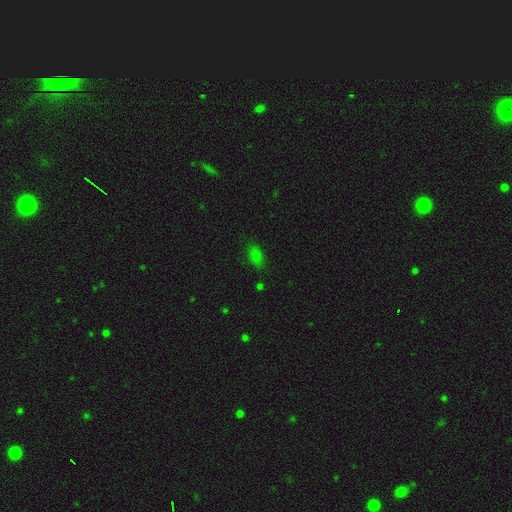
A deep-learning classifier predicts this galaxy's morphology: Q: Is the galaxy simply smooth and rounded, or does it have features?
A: smooth — 77%.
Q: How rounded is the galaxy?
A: in between — 88%.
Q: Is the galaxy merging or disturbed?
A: none — 78%.